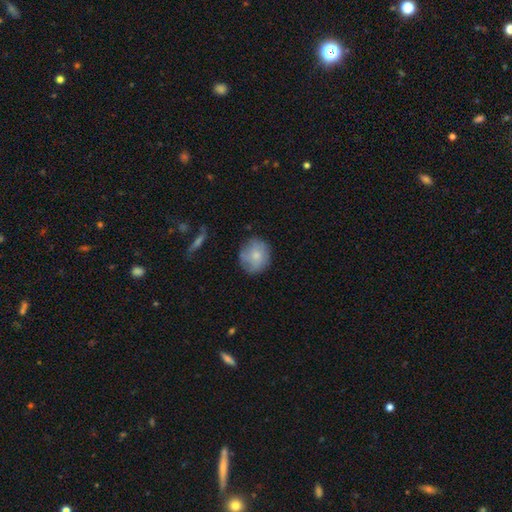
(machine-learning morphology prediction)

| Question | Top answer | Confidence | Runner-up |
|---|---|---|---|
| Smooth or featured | smooth | 72% | featured or disk (21%) |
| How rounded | round | 80% | in between (19%) |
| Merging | none | 74% | minor disturbance (19%) |